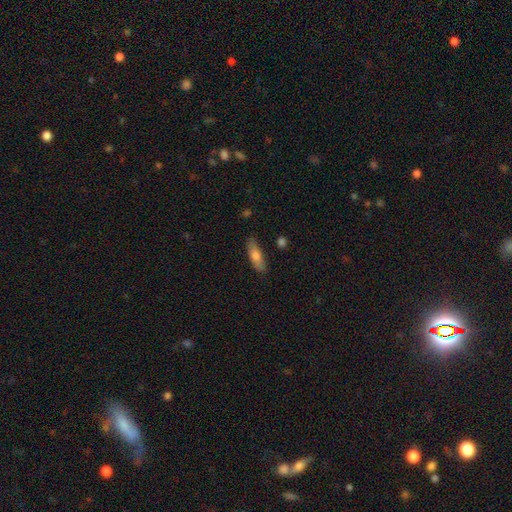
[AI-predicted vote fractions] smooth 74%, featured or disk 20%, star or artifact 6%. Down the decision tree: how rounded — in between (54%); merging — none (81%).